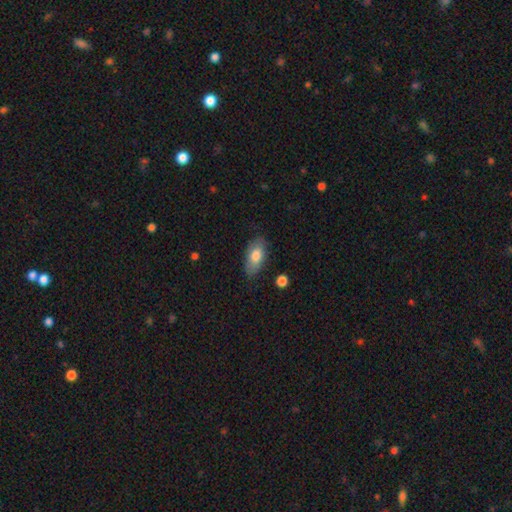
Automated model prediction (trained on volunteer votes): Morphology: type=smooth (77%); roundness=in between (89%); merging=none (77%).